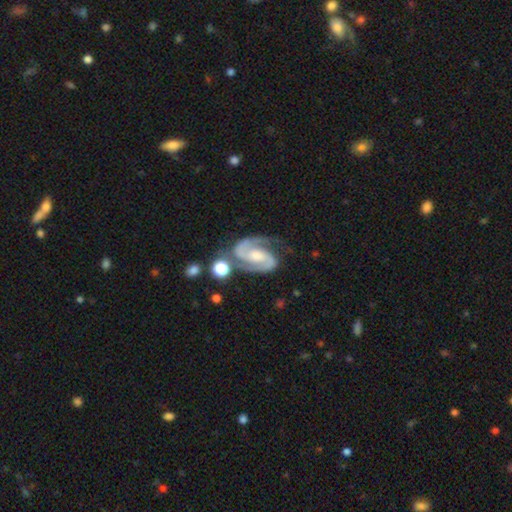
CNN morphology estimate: A featured or disk galaxy (91%) with a weak bar (39%), 2 (93%) medium (55%) spiral arms (98%) and a moderate central bulge (50%). Merging: none (69%).